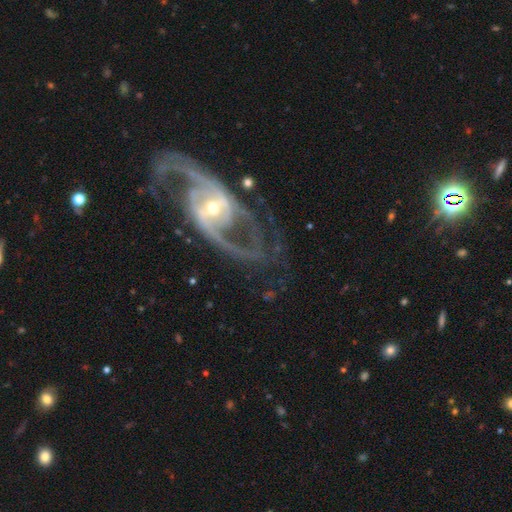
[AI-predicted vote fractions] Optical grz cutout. It shows a featured or disk galaxy (91%) with no bar (37%), 2 (86%) medium (49%) spiral arms (98%) and a small central bulge (57%). Merging: none (68%).